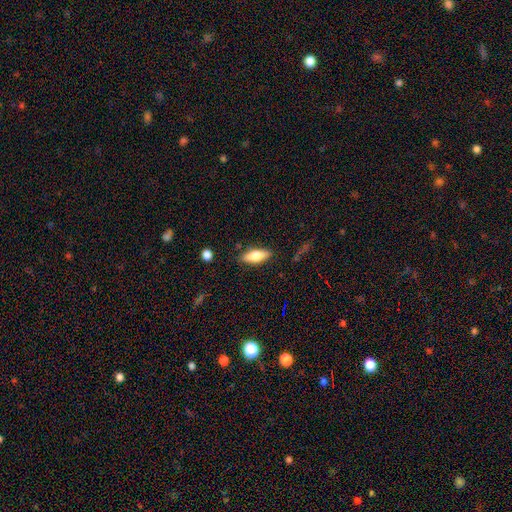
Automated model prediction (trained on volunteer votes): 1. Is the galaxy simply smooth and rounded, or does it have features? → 67% smooth, 26% featured or disk, 7% star or artifact.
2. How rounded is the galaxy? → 68% in between, 30% cigar-shaped, 3% round.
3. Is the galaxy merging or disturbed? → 84% none, 12% minor disturbance, 3% major disturbance, 2% merger.